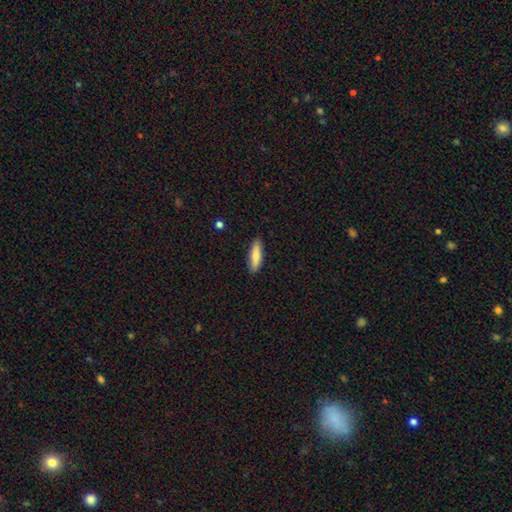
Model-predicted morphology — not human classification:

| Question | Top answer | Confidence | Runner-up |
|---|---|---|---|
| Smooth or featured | smooth | 80% | featured or disk (14%) |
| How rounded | cigar-shaped | 53% | in between (45%) |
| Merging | none | 86% | minor disturbance (11%) |